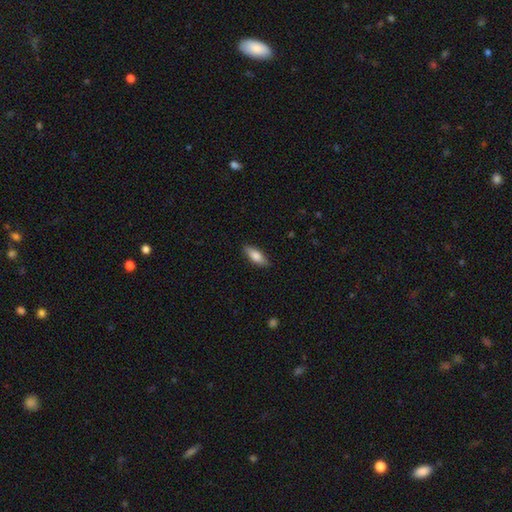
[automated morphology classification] A smooth galaxy with no disk features (78%) that is in between round and cigar-shaped (68%).

Vote fractions:
- Smooth or featured? smooth: 78% / featured or disk: 16% / star or artifact: 6%
- How rounded? in between: 68% / cigar-shaped: 30% / round: 2%
- Merging? none: 86% / minor disturbance: 11% / major disturbance: 2% / merger: 1%